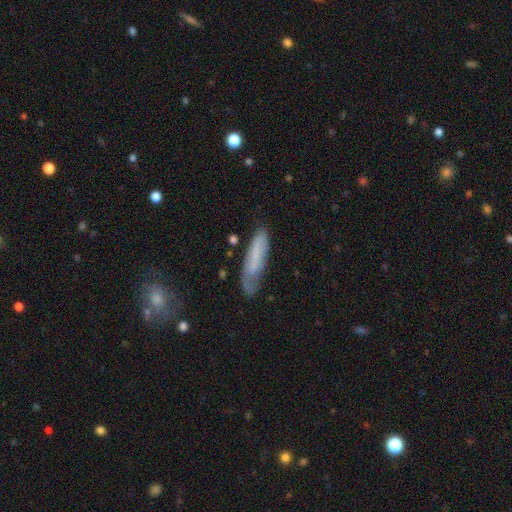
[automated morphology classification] Smooth or featured: smooth — 58% (featured or disk — 34%)
How rounded: cigar-shaped — 73% (in between — 25%)
Merging: none — 64% (minor disturbance — 25%)